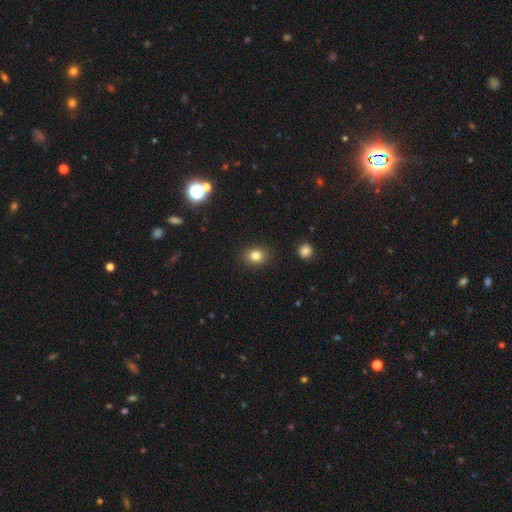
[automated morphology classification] Overall: smooth (82%). How rounded: round (52%; in between 47%). Merging: none (89%).